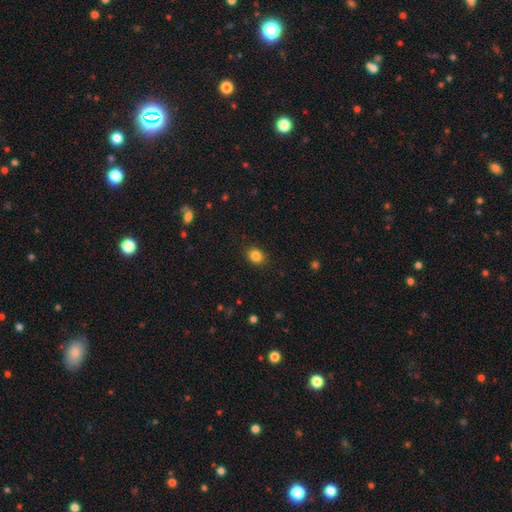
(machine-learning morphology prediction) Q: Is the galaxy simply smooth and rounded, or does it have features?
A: smooth — 85%.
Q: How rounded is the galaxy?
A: round — 57%.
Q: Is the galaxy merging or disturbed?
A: none — 88%.